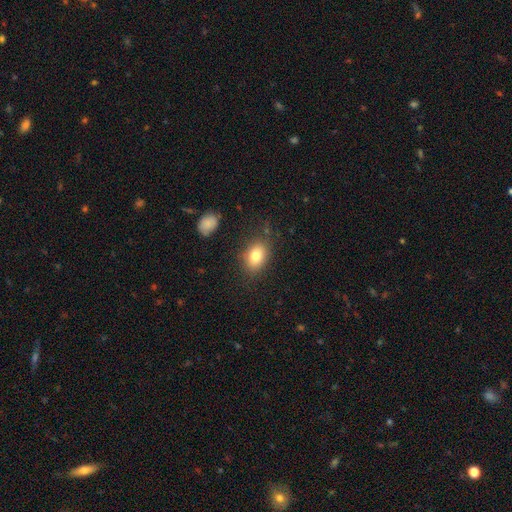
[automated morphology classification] This appears to be a smooth galaxy with no disk features (81%) that is in between round and cigar-shaped (77%). Merging: none (81%).